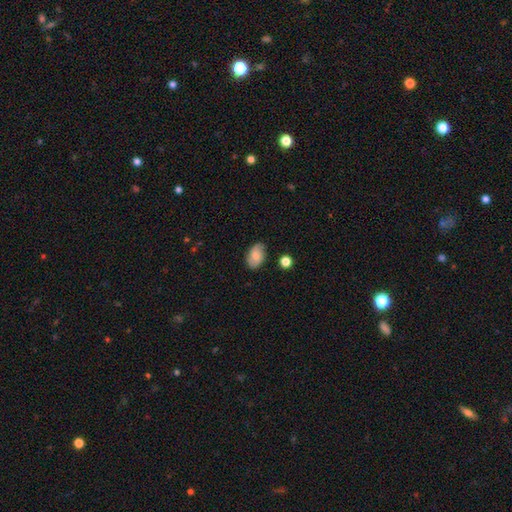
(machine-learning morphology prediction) Smooth or featured? smooth (71%)
How rounded? in between (89%)
Merging? none (79%)